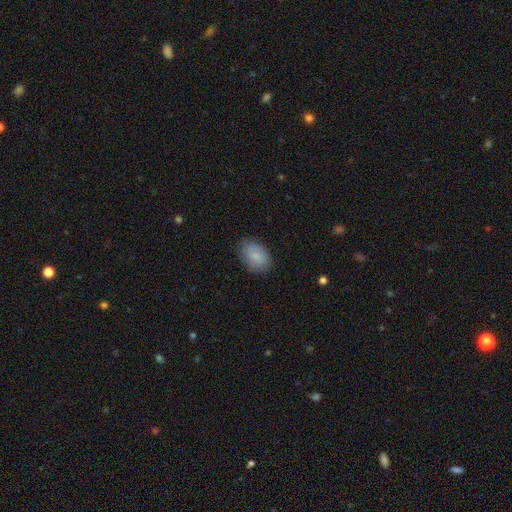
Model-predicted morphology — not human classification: Smooth or featured?
  - smooth: 84% *
  - featured or disk: 10%
  - star or artifact: 7%
How rounded?
  - in between: 84% *
  - round: 14%
  - cigar-shaped: 1%
Merging?
  - none: 80% *
  - minor disturbance: 16%
  - major disturbance: 4%
  - merger: 1%